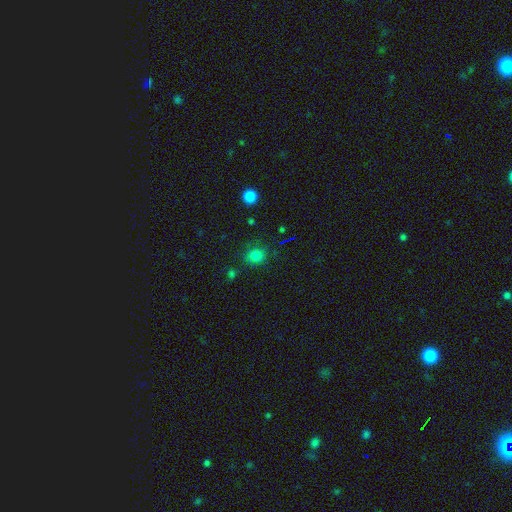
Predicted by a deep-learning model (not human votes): A smooth galaxy with no disk features (79%) that is round (76%).

Vote fractions:
- Smooth or featured? smooth: 79% / star or artifact: 16% / featured or disk: 5%
- How rounded? round: 76% / in between: 23% / cigar-shaped: 1%
- Merging? none: 81% / minor disturbance: 13% / major disturbance: 4% / merger: 3%